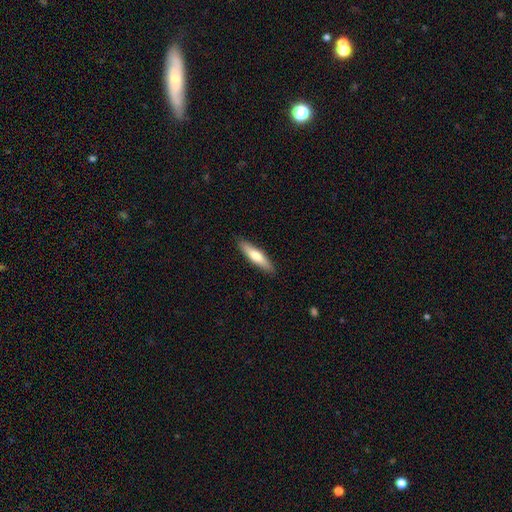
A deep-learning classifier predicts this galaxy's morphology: Smooth or featured?
  - smooth: 65% *
  - featured or disk: 30%
  - star or artifact: 5%
How rounded?
  - cigar-shaped: 79% *
  - in between: 20%
  - round: 1%
Merging?
  - none: 89% *
  - minor disturbance: 8%
  - major disturbance: 2%
  - merger: 1%